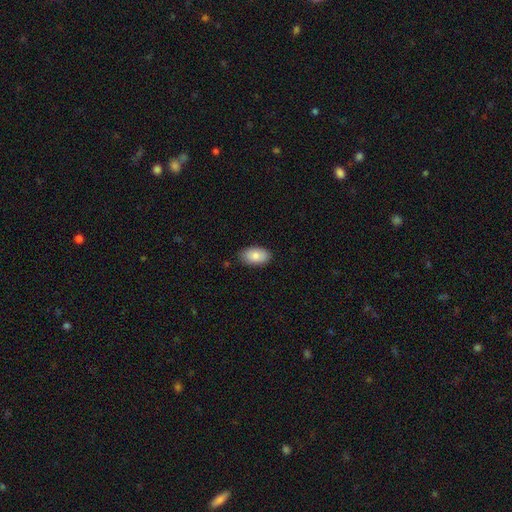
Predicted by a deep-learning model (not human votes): This appears to be a smooth galaxy with no disk features (82%) that is in between round and cigar-shaped (94%). Merging: none (85%).